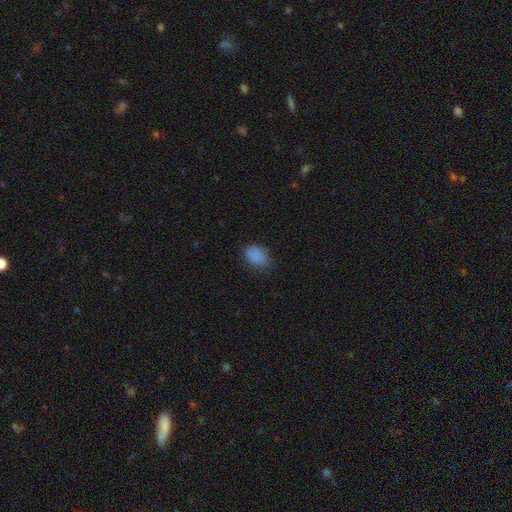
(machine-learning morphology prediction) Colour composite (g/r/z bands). It shows a smooth galaxy with no disk features (86%) that is in between round and cigar-shaped (81%). Merging: none (77%).